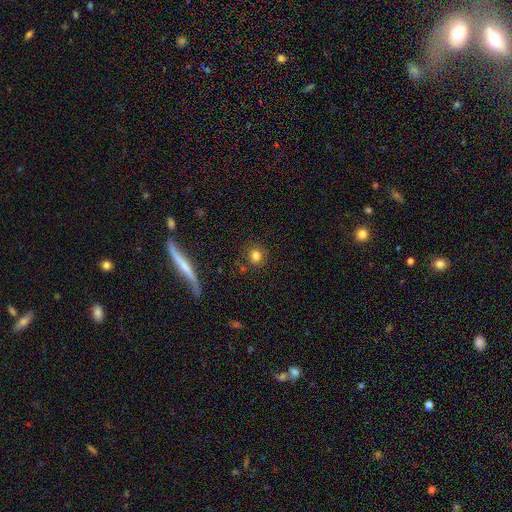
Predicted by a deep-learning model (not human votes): A smooth galaxy with no disk features (78%) that is round (83%). Merging: none (83%).